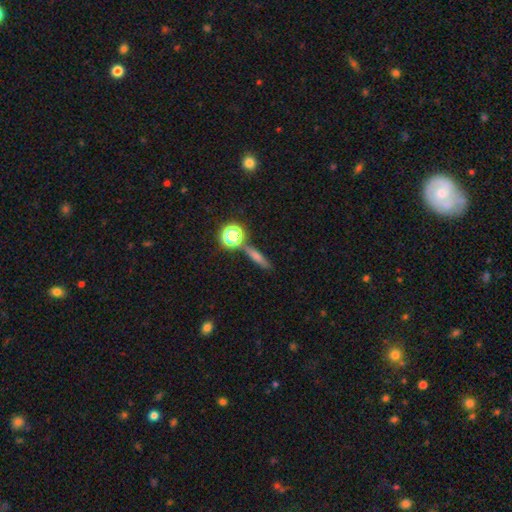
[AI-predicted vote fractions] The model was most divided on "smooth or featured": smooth: 50%, featured or disk: 31%, star or artifact: 19%. More confident: merging — none (79%).